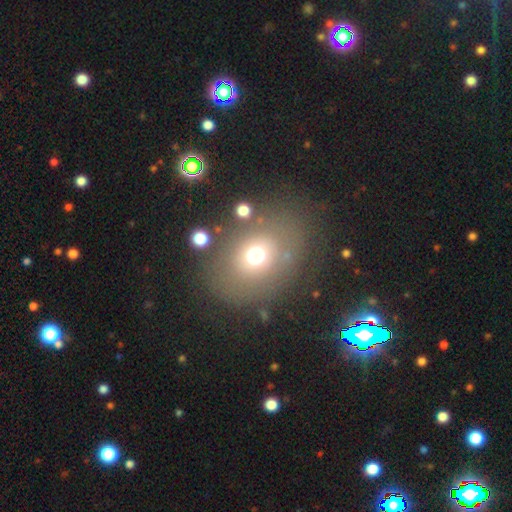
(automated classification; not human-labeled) A smooth galaxy with no disk features (66%) that is round (56%). Merging: none (73%).